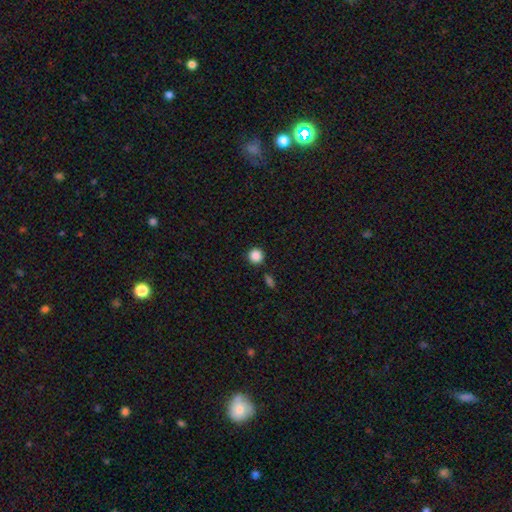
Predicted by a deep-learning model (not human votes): A smooth galaxy with no disk features (87%) that is round (95%).

Vote fractions:
- Smooth or featured? smooth: 87% / star or artifact: 10% / featured or disk: 3%
- How rounded? round: 95% / in between: 4% / cigar-shaped: 1%
- Merging? none: 89% / minor disturbance: 6% / merger: 3% / major disturbance: 2%